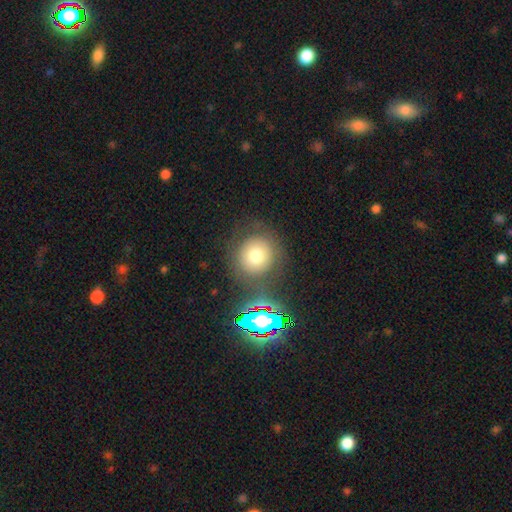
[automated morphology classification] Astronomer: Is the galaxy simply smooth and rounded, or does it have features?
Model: smooth — 70%.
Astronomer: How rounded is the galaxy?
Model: round — 90%.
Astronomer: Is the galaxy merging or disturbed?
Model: none — 77%.